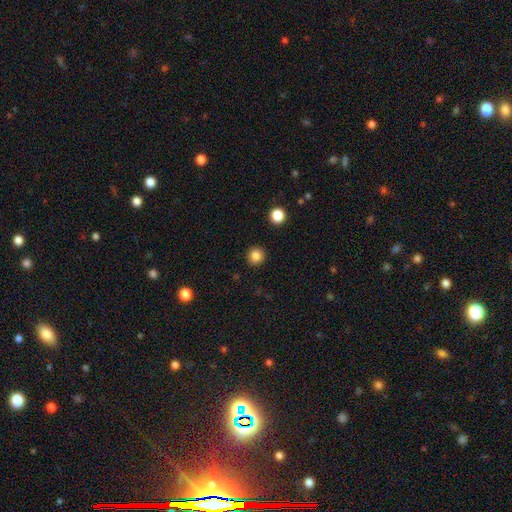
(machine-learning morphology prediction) smooth 83%, star or artifact 11%, featured or disk 5%. Down the decision tree: how rounded — round (94%); merging — none (92%).